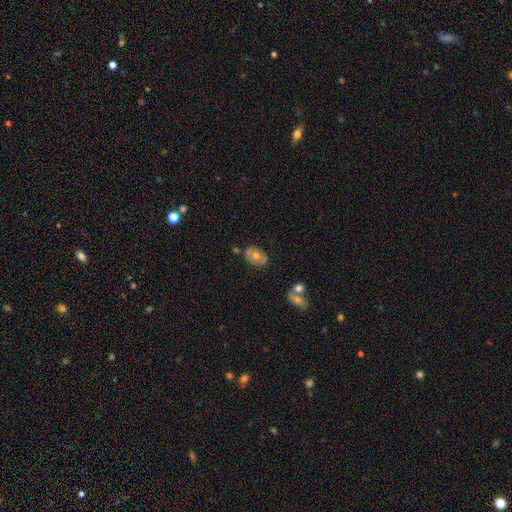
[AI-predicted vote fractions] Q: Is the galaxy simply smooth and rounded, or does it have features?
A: smooth — 50%.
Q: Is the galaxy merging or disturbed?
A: none — 73%.